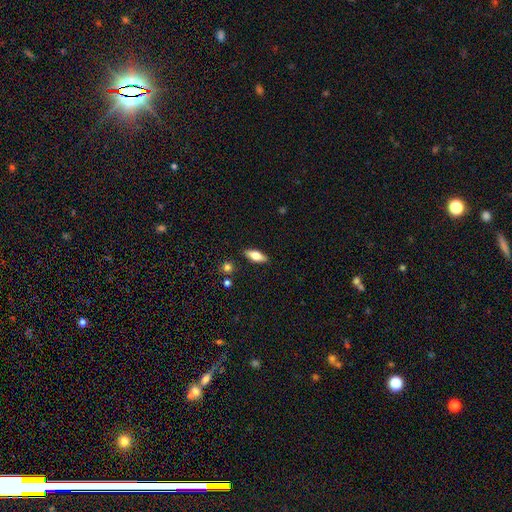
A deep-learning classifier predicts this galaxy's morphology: smooth-or-featured: smooth: 65% | featured or disk: 28% | star or artifact: 7%
  how-rounded: in between: 70% | cigar-shaped: 27% | round: 3%
  merging: none: 88% | minor disturbance: 9% | major disturbance: 2% | merger: 2%